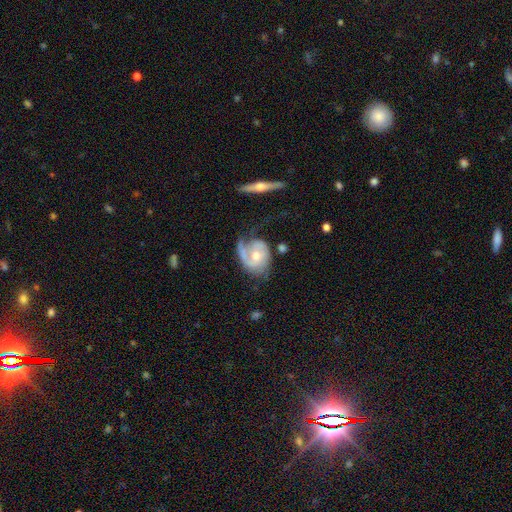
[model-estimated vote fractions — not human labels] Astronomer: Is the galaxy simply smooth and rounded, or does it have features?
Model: featured or disk — 79%.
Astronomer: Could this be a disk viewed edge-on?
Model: no — 97%.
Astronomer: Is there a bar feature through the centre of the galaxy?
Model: no — 56% (runner-up: weak, 37%).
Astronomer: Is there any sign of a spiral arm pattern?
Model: yes — 91%.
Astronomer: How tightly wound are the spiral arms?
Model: medium — 40% (runner-up: tight, 39%).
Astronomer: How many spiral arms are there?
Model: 2 — 46% (runner-up: 1, 35%).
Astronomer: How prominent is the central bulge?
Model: moderate — 64%.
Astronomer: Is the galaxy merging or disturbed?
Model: none — 46% (runner-up: minor disturbance, 25%).